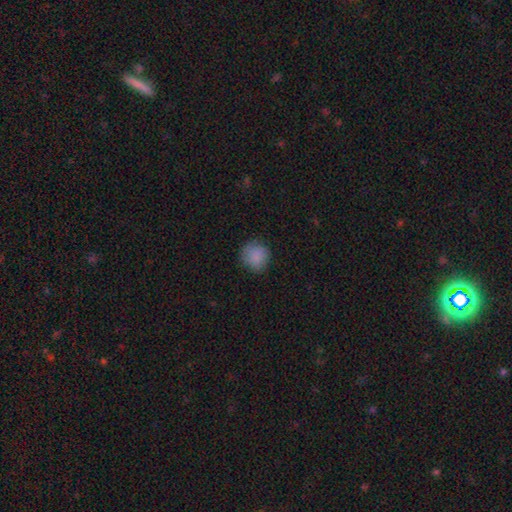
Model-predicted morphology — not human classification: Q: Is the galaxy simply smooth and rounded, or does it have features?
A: smooth — 86%.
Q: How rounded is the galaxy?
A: round — 88%.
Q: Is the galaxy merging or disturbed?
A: none — 78%.